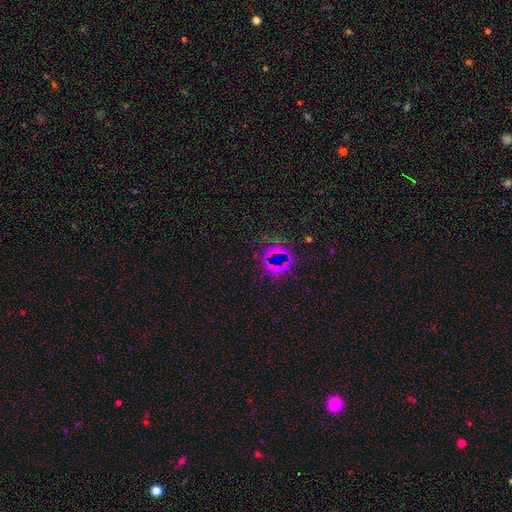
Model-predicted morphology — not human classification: Smooth or featured: star or artifact — 73% (smooth — 19%)